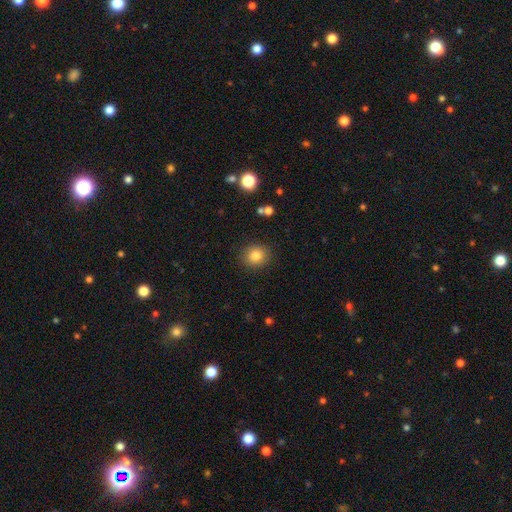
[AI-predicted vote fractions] Q: Smooth or featured?
A: smooth (83%); runner-up: star or artifact (11%)
Q: How rounded?
A: round (83%); runner-up: in between (16%)
Q: Merging?
A: none (88%); runner-up: minor disturbance (8%)